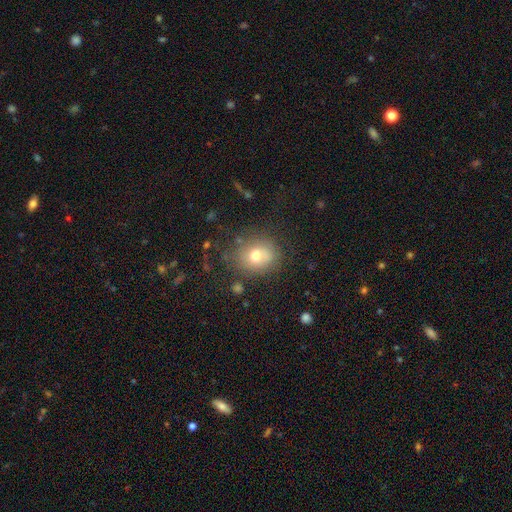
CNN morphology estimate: Smooth or featured? smooth (71%)
How rounded? round (67%)
Merging? none (73%)